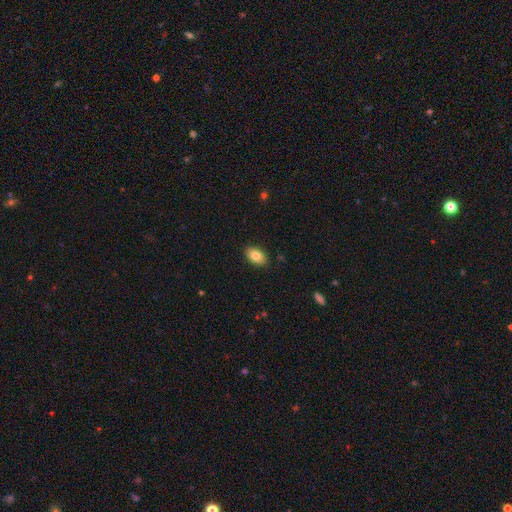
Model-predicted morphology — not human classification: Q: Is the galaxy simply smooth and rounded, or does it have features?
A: smooth — 82%.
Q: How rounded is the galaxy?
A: in between — 90%.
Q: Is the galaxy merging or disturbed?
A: none — 89%.